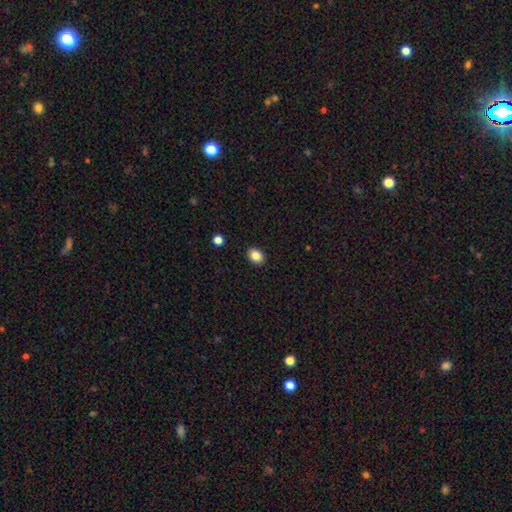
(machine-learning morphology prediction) The model was most divided on "how rounded": in between: 68%, round: 31%, cigar-shaped: 1%. More confident: merging — none (90%); smooth or featured — smooth (86%).